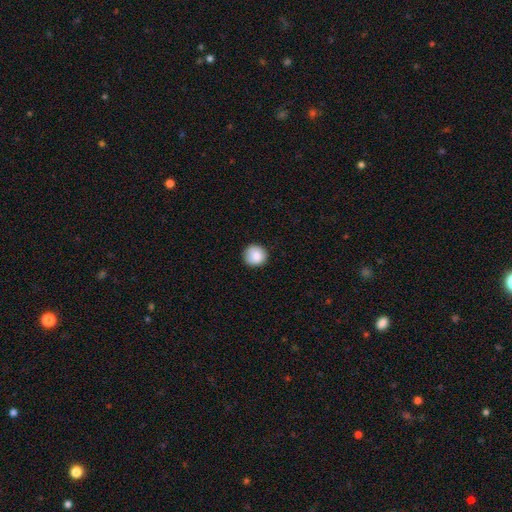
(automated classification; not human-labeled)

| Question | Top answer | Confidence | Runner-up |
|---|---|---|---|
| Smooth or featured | smooth | 88% | star or artifact (8%) |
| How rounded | round | 94% | in between (6%) |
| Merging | none | 88% | minor disturbance (9%) |